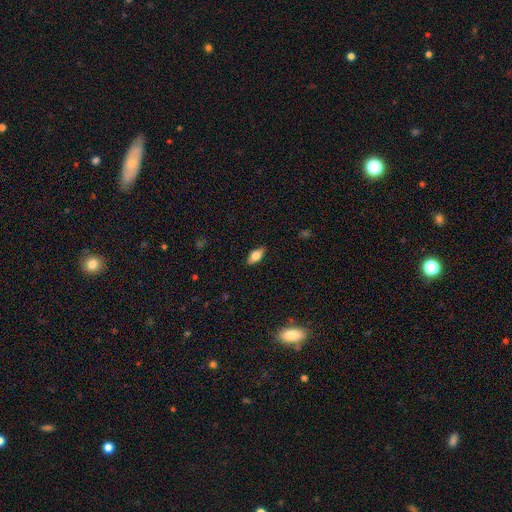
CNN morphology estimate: smooth-or-featured: smooth: 66% | featured or disk: 27% | star or artifact: 7%
  how-rounded: in between: 82% | cigar-shaped: 15% | round: 3%
  merging: none: 88% | minor disturbance: 9% | major disturbance: 2% | merger: 1%